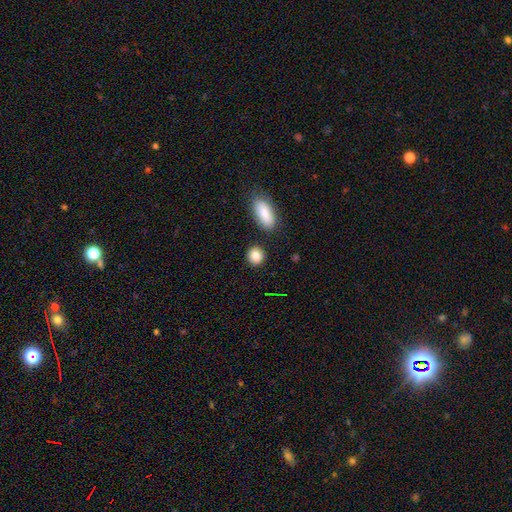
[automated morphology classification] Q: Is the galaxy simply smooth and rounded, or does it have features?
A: smooth — 87%.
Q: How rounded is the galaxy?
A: round — 73%.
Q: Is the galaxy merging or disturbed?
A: none — 83%.